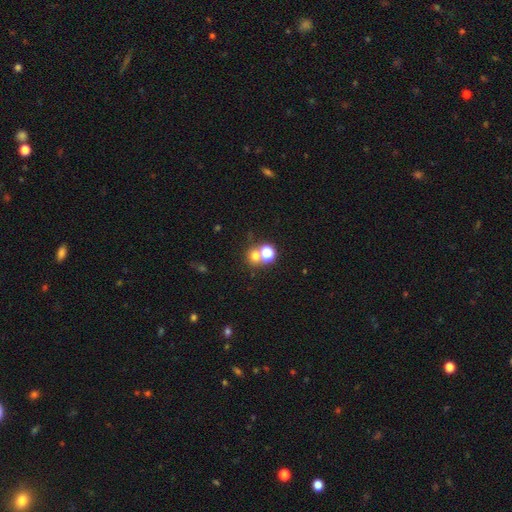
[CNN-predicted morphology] This appears to be a smooth galaxy with no disk features (66%) that is round (78%). Merging: none (50%).